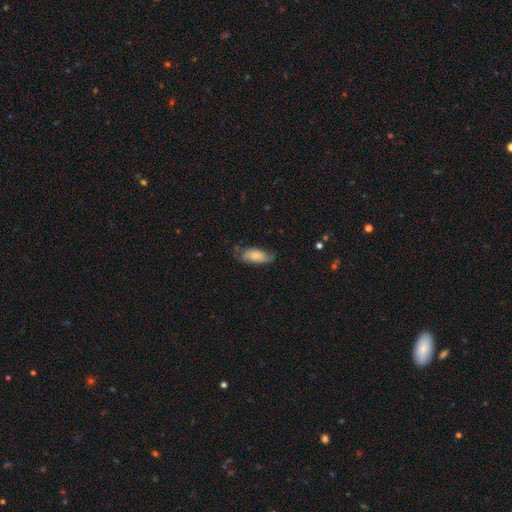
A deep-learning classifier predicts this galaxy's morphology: Q: Smooth or featured?
A: smooth (71%); runner-up: featured or disk (22%)
Q: How rounded?
A: in between (85%); runner-up: cigar-shaped (12%)
Q: Merging?
A: none (58%); runner-up: minor disturbance (30%)